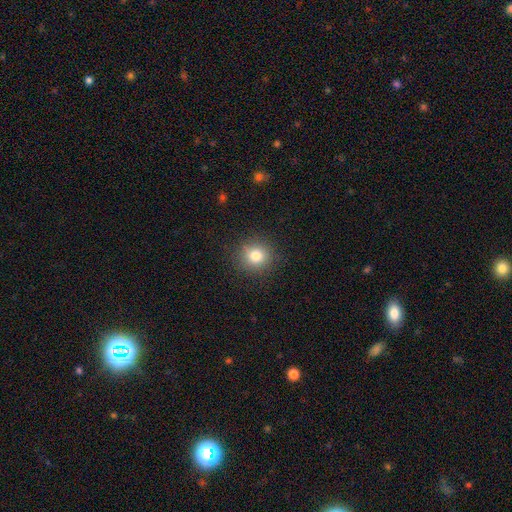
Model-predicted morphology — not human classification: Smooth or featured: smooth — 79% (star or artifact — 13%)
How rounded: round — 91% (in between — 8%)
Merging: none — 89% (minor disturbance — 7%)